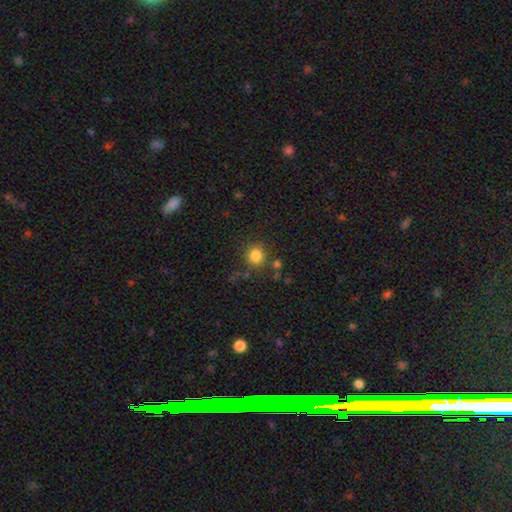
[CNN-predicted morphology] A smooth galaxy with no disk features (83%) that is round (90%).

Vote fractions:
- Smooth or featured? smooth: 83% / star or artifact: 12% / featured or disk: 5%
- How rounded? round: 90% / in between: 9% / cigar-shaped: 1%
- Merging? none: 80% / minor disturbance: 10% / merger: 6% / major disturbance: 4%